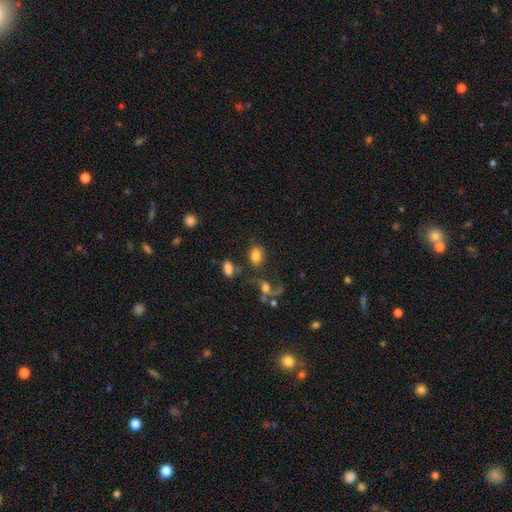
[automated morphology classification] Smooth or featured?
  - smooth: 76% *
  - featured or disk: 14%
  - star or artifact: 10%
How rounded?
  - in between: 75% *
  - round: 23%
  - cigar-shaped: 2%
Merging?
  - none: 60% *
  - merger: 16%
  - minor disturbance: 14%
  - major disturbance: 10%